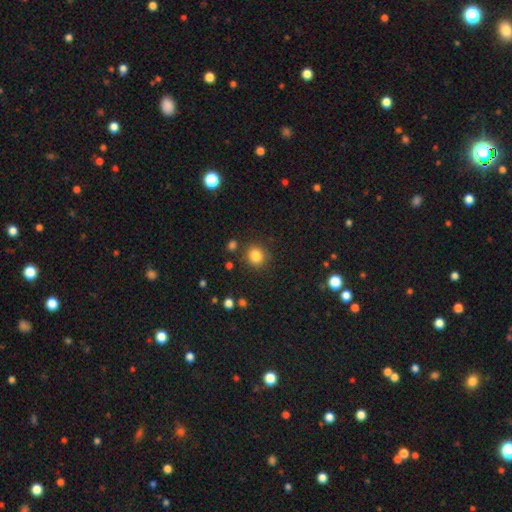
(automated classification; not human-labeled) smooth-or-featured: smooth: 83% | star or artifact: 12% | featured or disk: 5%
  how-rounded: round: 86% | in between: 13% | cigar-shaped: 1%
  merging: none: 85% | minor disturbance: 8% | merger: 3% | major disturbance: 3%